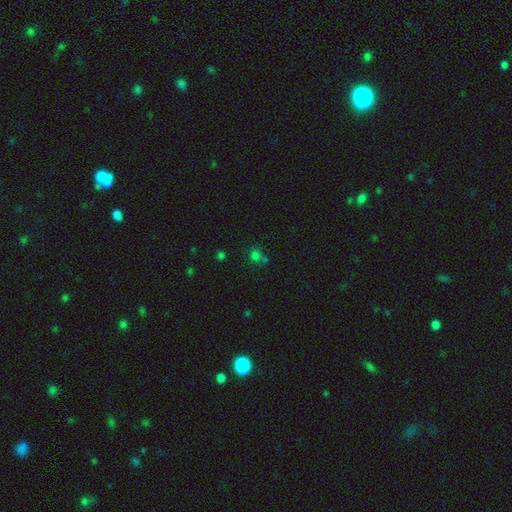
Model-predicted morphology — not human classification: Smooth or featured? smooth (63%)
How rounded? round (81%)
Merging? none (59%)